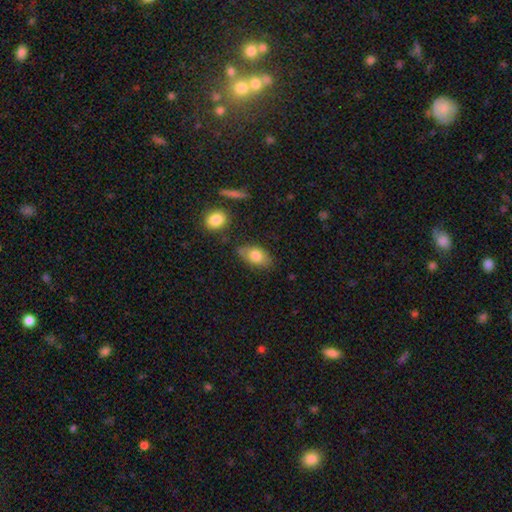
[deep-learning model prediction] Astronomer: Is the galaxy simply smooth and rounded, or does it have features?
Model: smooth — 77%.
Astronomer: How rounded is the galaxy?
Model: in between — 89%.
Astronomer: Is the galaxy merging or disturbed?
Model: none — 73%.